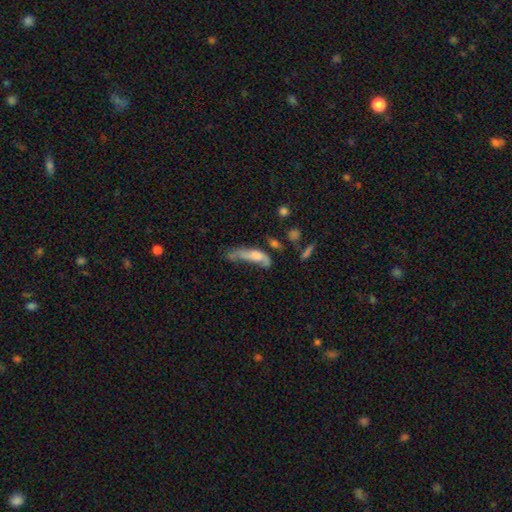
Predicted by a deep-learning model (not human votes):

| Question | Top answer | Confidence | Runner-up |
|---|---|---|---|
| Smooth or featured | smooth | 53% | featured or disk (37%) |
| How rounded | cigar-shaped | 57% | in between (40%) |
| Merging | major disturbance | 40% | minor disturbance (23%) |